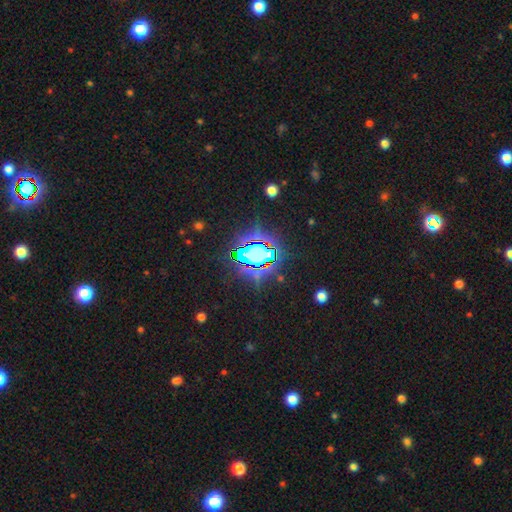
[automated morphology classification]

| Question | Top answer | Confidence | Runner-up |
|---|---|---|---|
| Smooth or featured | star or artifact | 70% | smooth (19%) |